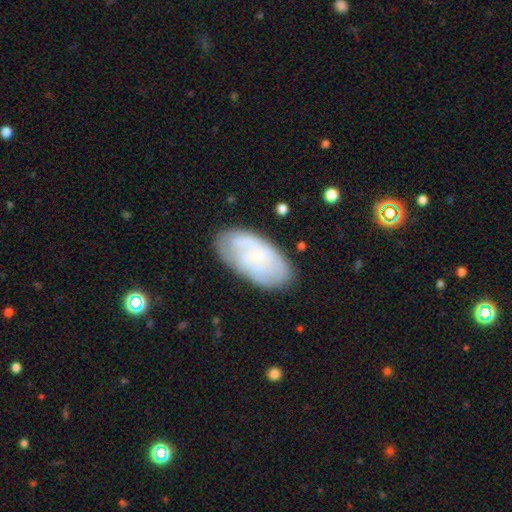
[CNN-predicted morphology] type=featured or disk (50%); merging=none (74%).